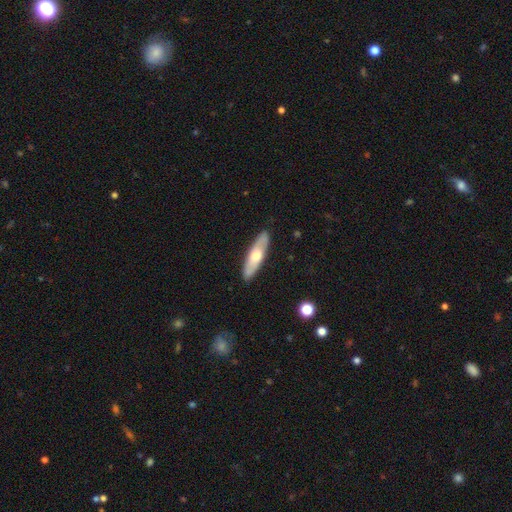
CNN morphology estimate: smooth 50%, featured or disk 45%, star or artifact 5%. Down the decision tree: merging — none (89%).